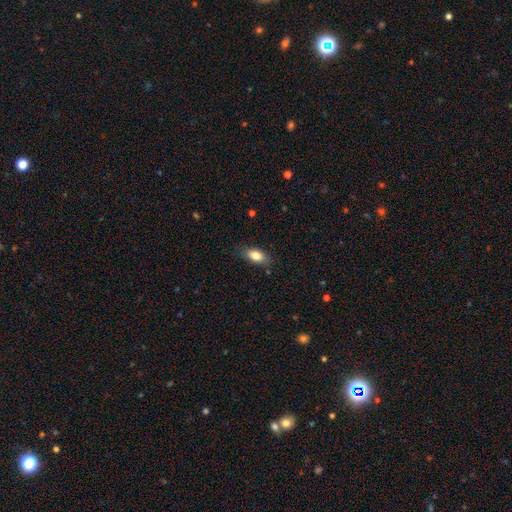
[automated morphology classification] smooth_or_featured: smooth (p=0.83) [alt: featured or disk p=0.10]
how_rounded: in between (p=0.88) [alt: cigar-shaped p=0.08]
merging: none (p=0.80) [alt: minor disturbance p=0.15]